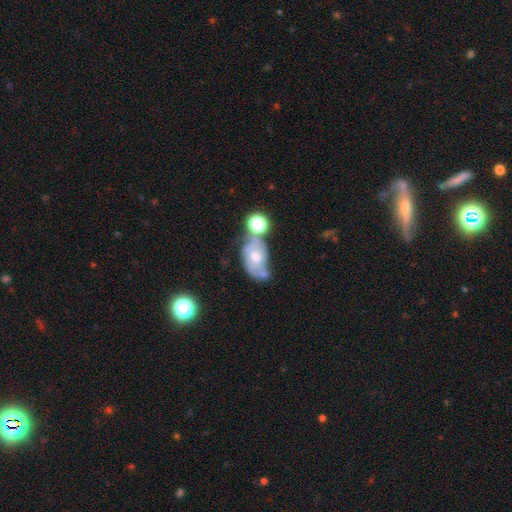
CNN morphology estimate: type=featured or disk (59%); edge-on=no (94%); bar=no (69%); spiral arms=yes (72%); bulge=moderate (58%); merging=none (35%).